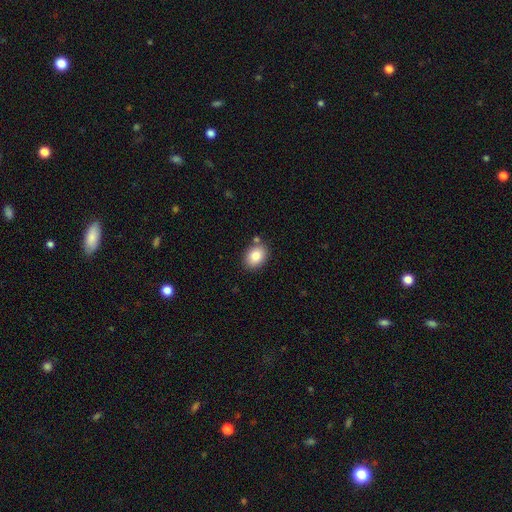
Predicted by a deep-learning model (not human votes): smooth 84%, star or artifact 8%, featured or disk 8%. Down the decision tree: how rounded — in between (69%); merging — none (79%).